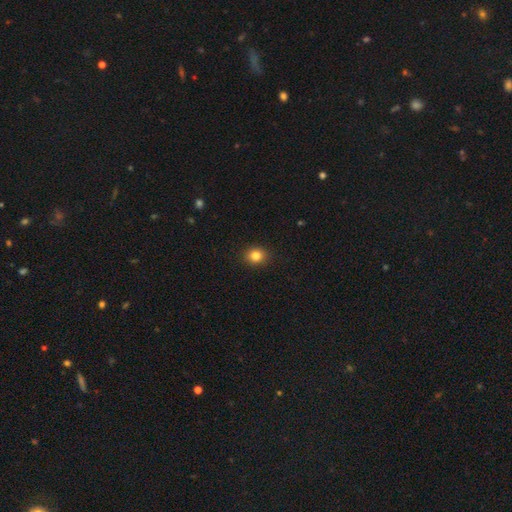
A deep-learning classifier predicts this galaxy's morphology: smooth-or-featured: smooth: 83% | star or artifact: 11% | featured or disk: 5%
  how-rounded: round: 75% | in between: 24% | cigar-shaped: 1%
  merging: none: 91% | minor disturbance: 6% | major disturbance: 2% | merger: 1%